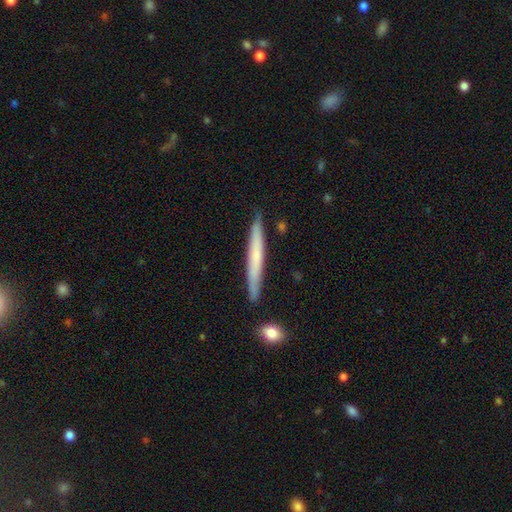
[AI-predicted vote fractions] Overall: smooth (54%; featured or disk 40%). How rounded: cigar-shaped (96%). Merging: none (85%).